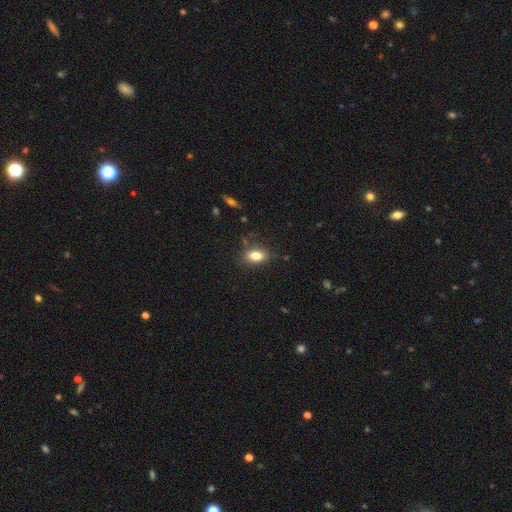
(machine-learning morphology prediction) Q: Smooth or featured?
A: smooth (81%); runner-up: featured or disk (9%)
Q: How rounded?
A: in between (84%); runner-up: round (12%)
Q: Merging?
A: none (81%); runner-up: minor disturbance (14%)